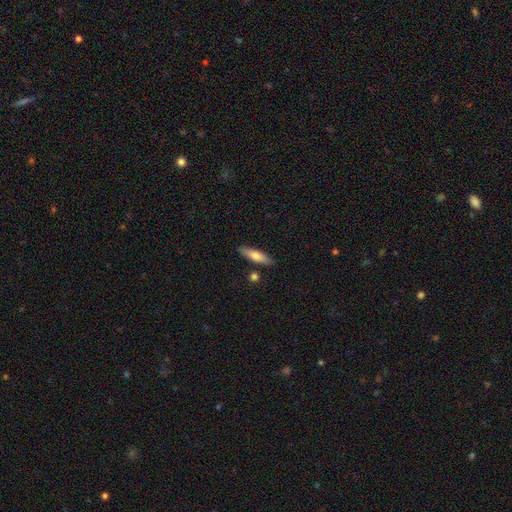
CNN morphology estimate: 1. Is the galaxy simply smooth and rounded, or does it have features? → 67% smooth, 26% featured or disk, 6% star or artifact.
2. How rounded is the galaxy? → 68% cigar-shaped, 30% in between, 2% round.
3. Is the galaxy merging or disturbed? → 84% none, 10% minor disturbance, 4% merger, 2% major disturbance.